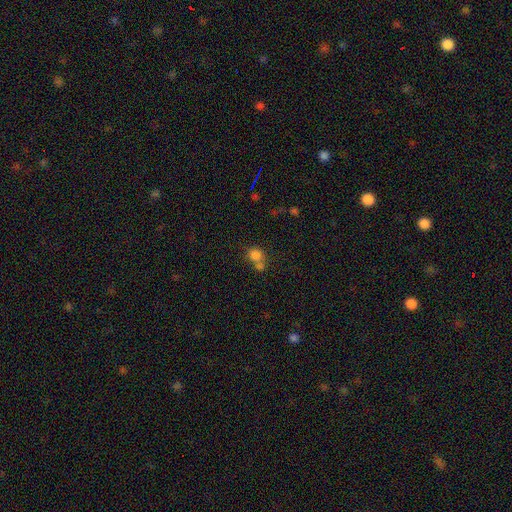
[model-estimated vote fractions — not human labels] This is likely a smooth galaxy (77%). How rounded: likely round (68%). Merging: possibly merger (50%).